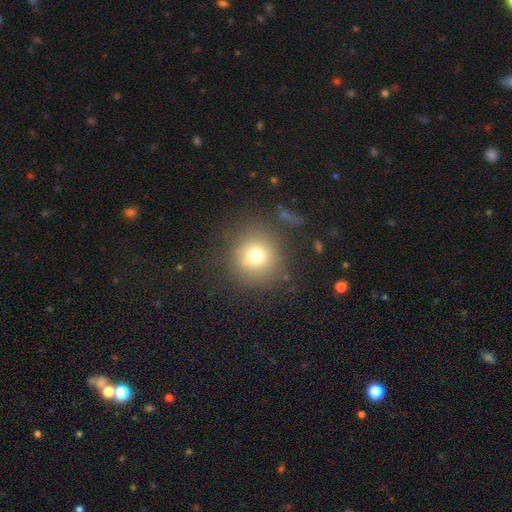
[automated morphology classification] Smooth or featured? Predicted: smooth (p=0.73). How rounded? Predicted: round (p=0.92). Merging? Predicted: none (p=0.80).